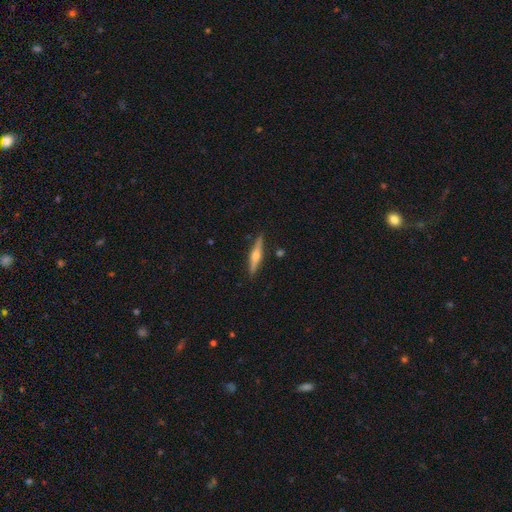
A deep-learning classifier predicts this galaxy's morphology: The model was most divided on "smooth or featured": featured or disk: 63%, smooth: 31%, star or artifact: 6%. More confident: edge-on disk — yes (97%); merging — none (88%); edge-on bulge — rounded (87%).